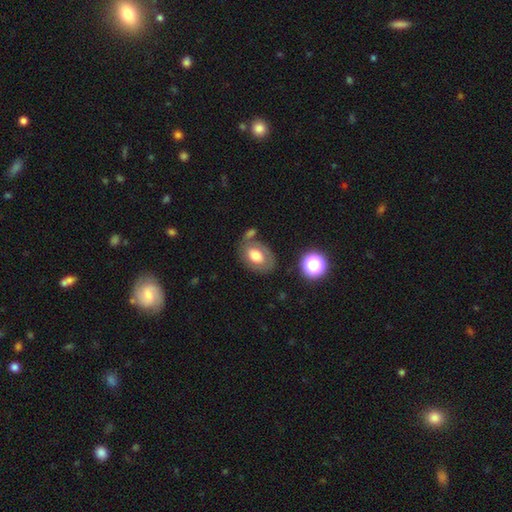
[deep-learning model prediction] Smooth or featured? Predicted: smooth (p=0.61). How rounded? Predicted: in between (p=0.79). Merging? Predicted: none (p=0.61).